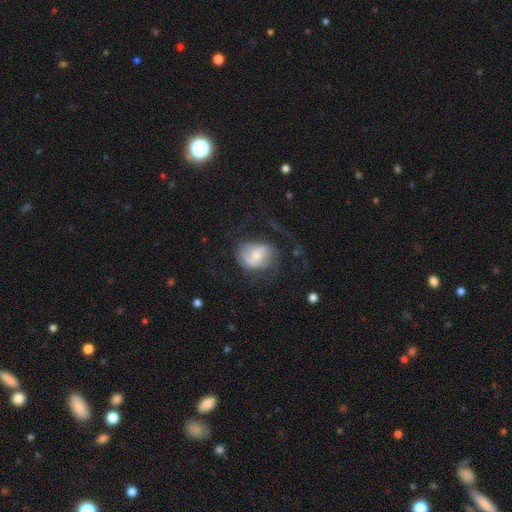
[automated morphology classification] Smooth or featured: featured or disk — 61% (smooth — 31%)
Edge-on disk: no — 97% (yes — 3%)
Bar: no — 50% (weak — 40%)
Spiral arms: yes — 85% (no — 15%)
Spiral winding: medium — 42% (loose — 37%)
Spiral arm count: 2 — 63% (can't tell — 17%)
Bulge size: small — 45% (moderate — 40%)
Merging: none — 47% (major disturbance — 31%)